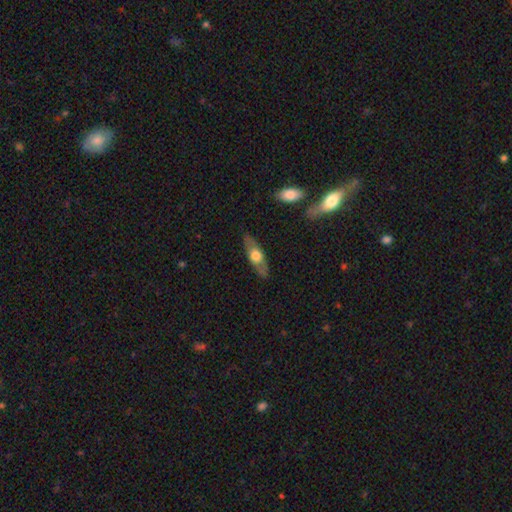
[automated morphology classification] featured or disk 54%, smooth 40%, star or artifact 5%. Down the decision tree: edge-on disk — yes (68%); merging — none (83%).